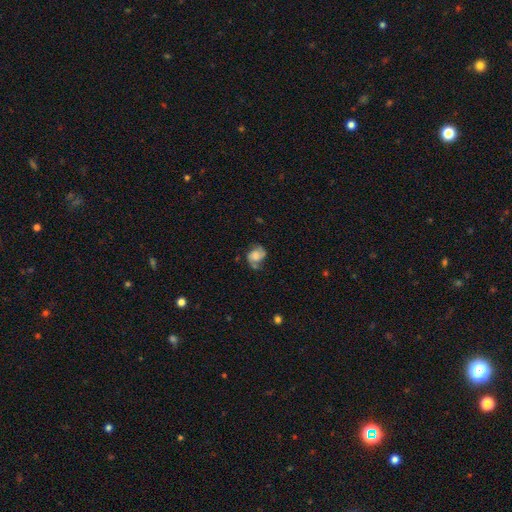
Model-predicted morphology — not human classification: Smooth or featured? Predicted: featured or disk (p=0.54). Edge-on disk? Predicted: no (p=0.97). Bar? Predicted: no (p=0.68). Spiral arms? Predicted: yes (p=0.86). Bulge size? Predicted: none (p=0.27). Merging? Predicted: none (p=0.53).